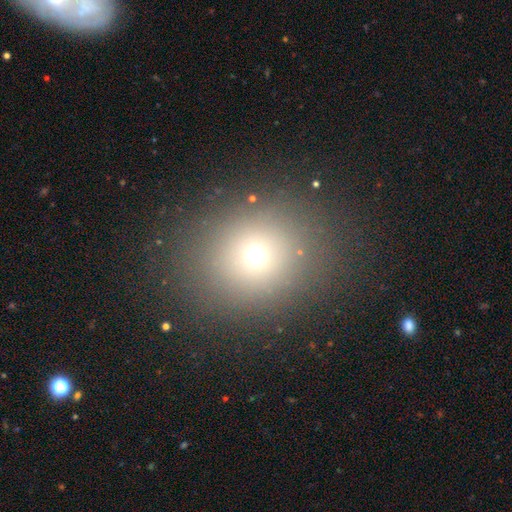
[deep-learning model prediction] Smooth or featured? smooth (67%)
How rounded? round (69%)
Merging? none (85%)